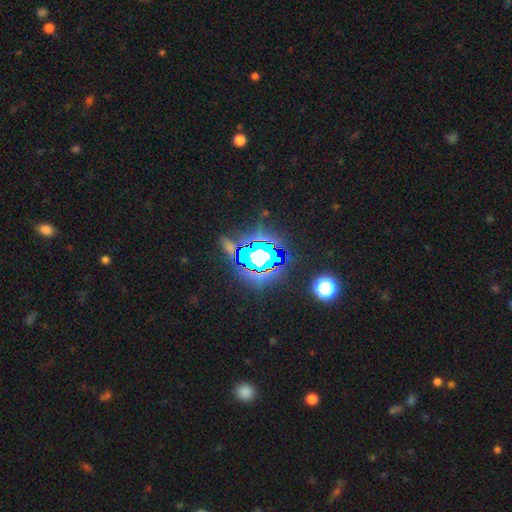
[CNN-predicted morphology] This is likely a star or artifact rather than a galaxy (74%).